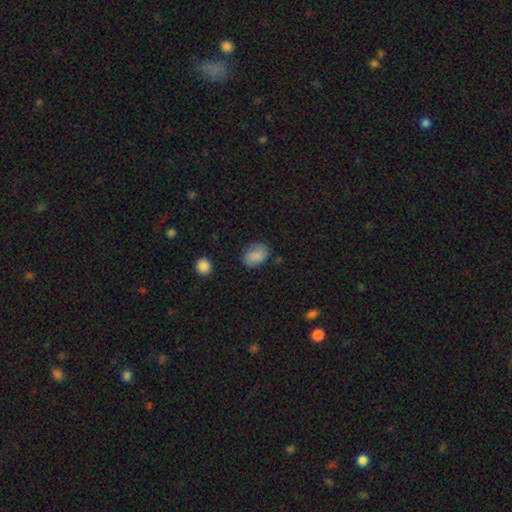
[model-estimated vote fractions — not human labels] This appears to be a smooth galaxy with no disk features (78%) that is in between round and cigar-shaped (71%). Merging: none (74%).